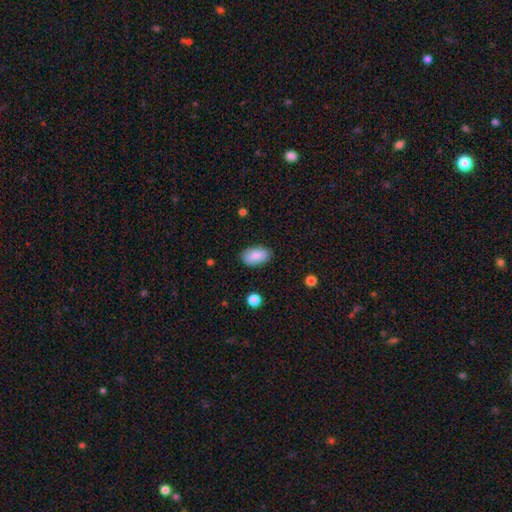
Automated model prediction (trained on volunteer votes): smooth 87%, star or artifact 7%, featured or disk 6%. Down the decision tree: how rounded — in between (94%); merging — none (86%).